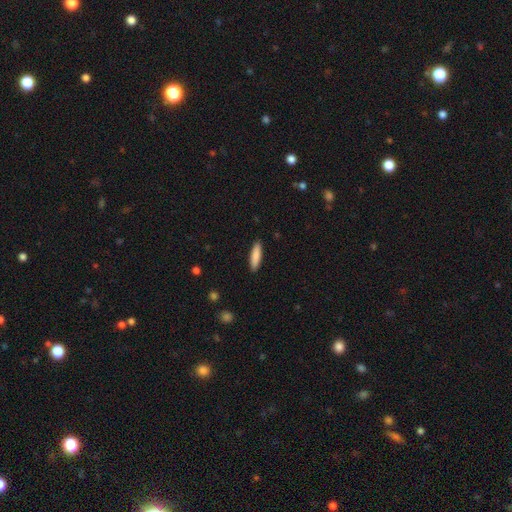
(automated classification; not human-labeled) Q: Smooth or featured?
A: smooth (84%); runner-up: featured or disk (10%)
Q: How rounded?
A: cigar-shaped (74%); runner-up: in between (24%)
Q: Merging?
A: none (90%); runner-up: minor disturbance (7%)